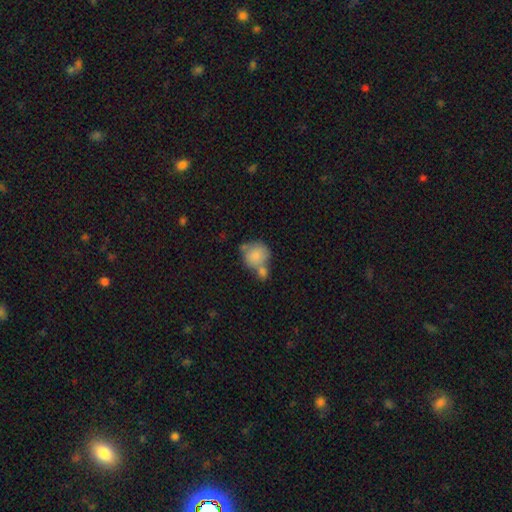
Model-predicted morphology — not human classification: smooth-or-featured: smooth: 81% | featured or disk: 12% | star or artifact: 7%
  how-rounded: round: 80% | in between: 19% | cigar-shaped: 1%
  merging: merger: 45% | none: 35% | minor disturbance: 14% | major disturbance: 6%